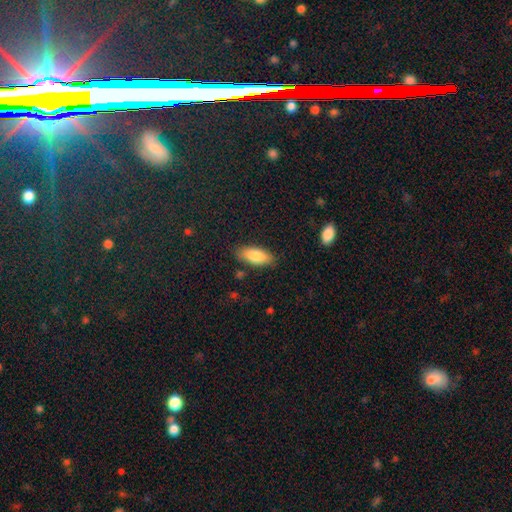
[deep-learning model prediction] Smooth or featured: smooth — 84% (featured or disk — 10%)
How rounded: in between — 81% (cigar-shaped — 17%)
Merging: none — 84% (minor disturbance — 11%)